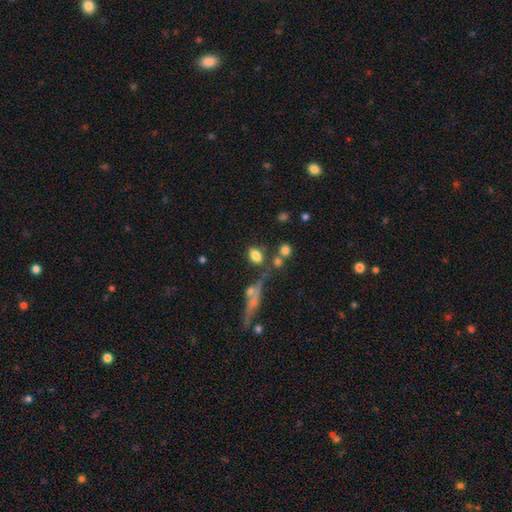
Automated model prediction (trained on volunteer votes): Overall: smooth (78%). How rounded: in between (80%). Merging: none (65%).